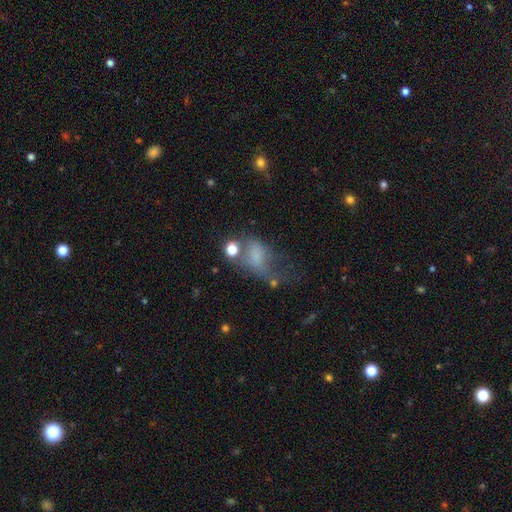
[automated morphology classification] Overall: smooth (52%; featured or disk 30%). How rounded: in between (77%). Merging: major disturbance (46%; none 20%).